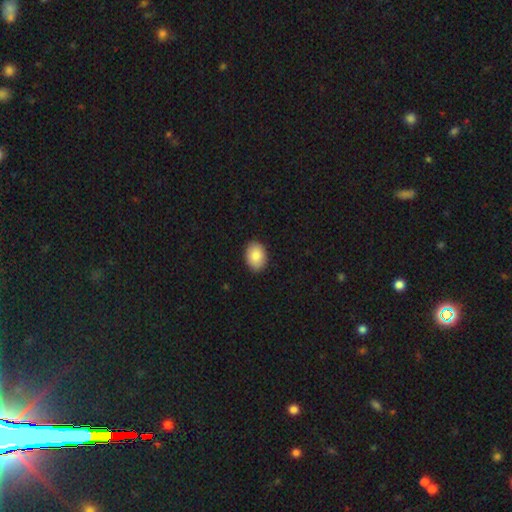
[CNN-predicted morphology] A smooth galaxy with no disk features (88%) that is in between round and cigar-shaped (73%).

Vote fractions:
- Smooth or featured? smooth: 88% / star or artifact: 7% / featured or disk: 6%
- How rounded? in between: 73% / round: 26% / cigar-shaped: 1%
- Merging? none: 90% / minor disturbance: 7% / major disturbance: 2% / merger: 1%